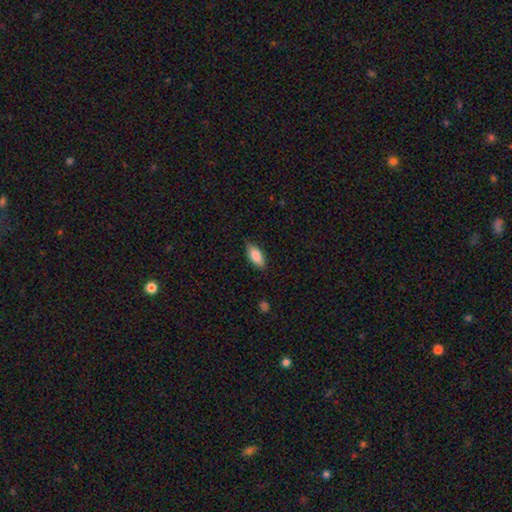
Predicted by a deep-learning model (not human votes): Smooth or featured? smooth (85%)
How rounded? in between (88%)
Merging? none (80%)